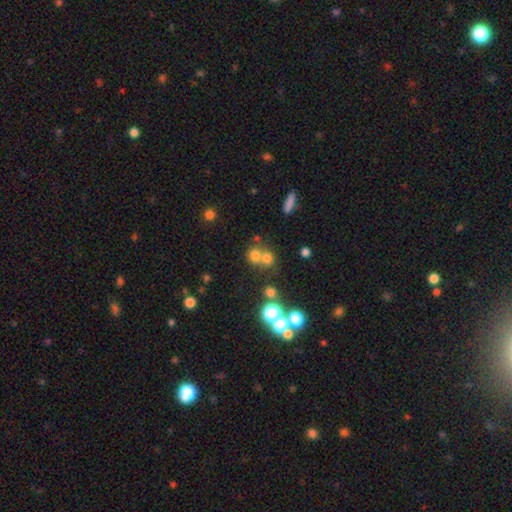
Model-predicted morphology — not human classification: Smooth or featured?
  - smooth: 66% *
  - star or artifact: 23%
  - featured or disk: 11%
How rounded?
  - round: 84% *
  - in between: 14%
  - cigar-shaped: 1%
Merging?
  - none: 47% *
  - merger: 43%
  - minor disturbance: 7%
  - major disturbance: 4%